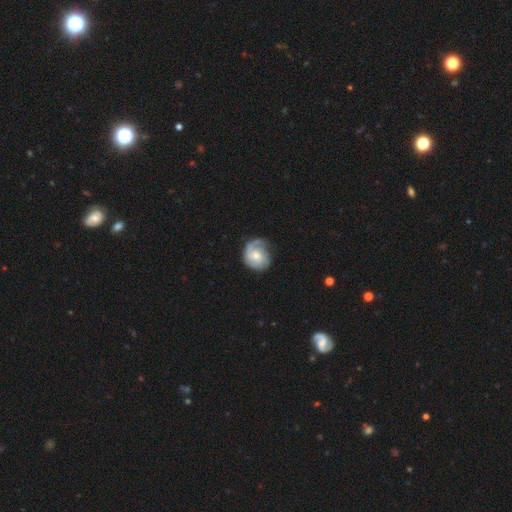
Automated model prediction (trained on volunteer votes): featured or disk 71%, smooth 23%, star or artifact 6%. Down the decision tree: edge-on disk — no (98%); bar — no (70%); spiral arms — yes (91%); spiral arm count — 2 (34%); spiral winding — tight (52%); bulge size — moderate (57%); merging — none (58%).